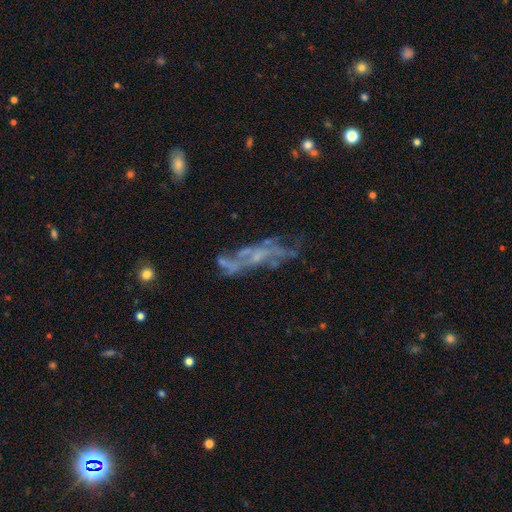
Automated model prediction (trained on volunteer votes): Smooth or featured: featured or disk — 63% (smooth — 21%)
Edge-on disk: no — 73% (yes — 27%)
Merging: none — 50% (major disturbance — 20%)